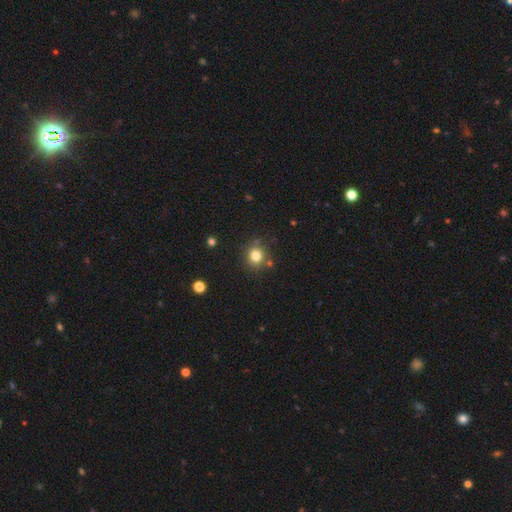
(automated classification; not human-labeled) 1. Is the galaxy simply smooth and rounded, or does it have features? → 80% smooth, 13% star or artifact, 7% featured or disk.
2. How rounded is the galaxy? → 86% round, 14% in between, 1% cigar-shaped.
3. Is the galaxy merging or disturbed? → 81% none, 10% minor disturbance, 6% merger, 3% major disturbance.